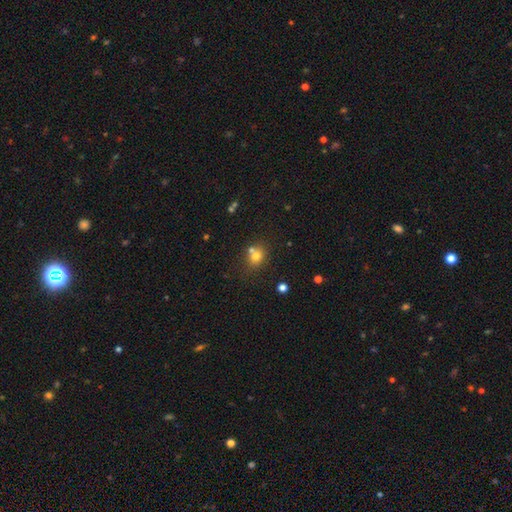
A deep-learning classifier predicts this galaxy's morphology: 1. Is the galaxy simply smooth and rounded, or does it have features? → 71% smooth, 16% star or artifact, 12% featured or disk.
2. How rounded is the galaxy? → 72% round, 27% in between, 1% cigar-shaped.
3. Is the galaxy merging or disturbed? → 56% none, 30% merger, 10% minor disturbance, 4% major disturbance.